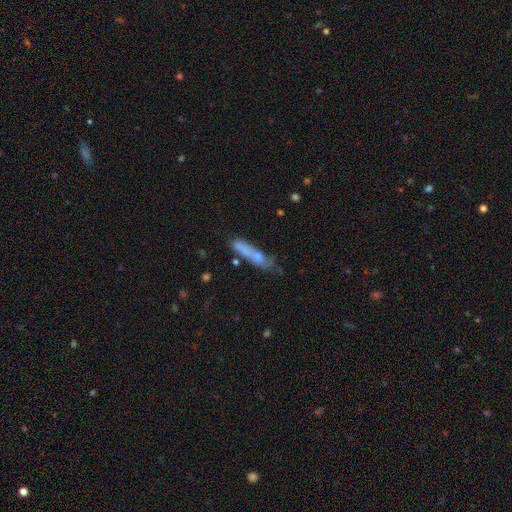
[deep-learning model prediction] Q: Smooth or featured?
A: smooth (57%); runner-up: featured or disk (33%)
Q: How rounded?
A: cigar-shaped (83%); runner-up: in between (15%)
Q: Merging?
A: none (58%); runner-up: minor disturbance (24%)